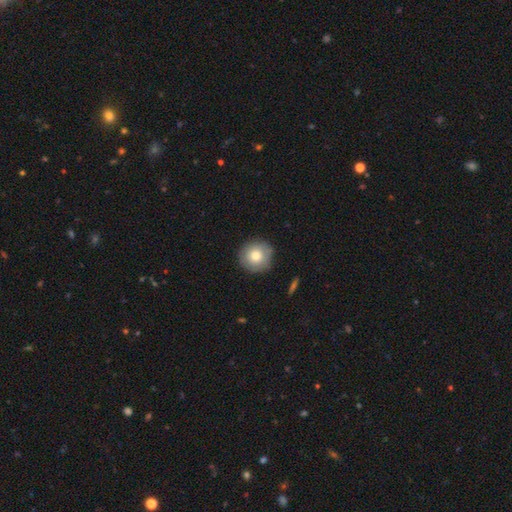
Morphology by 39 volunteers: smooth-or-featured: smooth: 85% | featured or disk: 8% | star or artifact: 8%
  how-rounded: round: 100% | in between: 0% | cigar-shaped: 0%
  merging: none: 97% | merger: 3% | minor disturbance: 0% | major disturbance: 0%